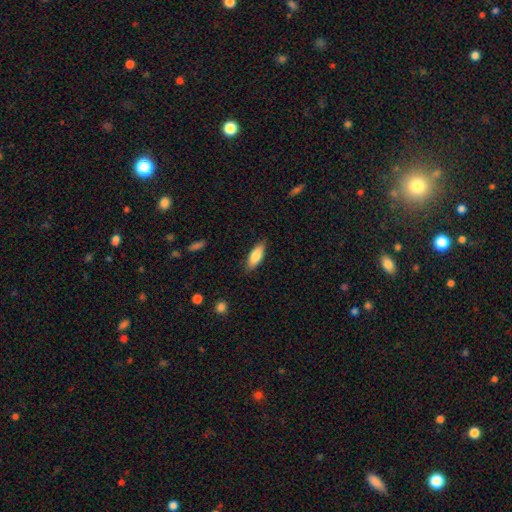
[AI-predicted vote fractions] Q: Smooth or featured?
A: smooth (83%); runner-up: featured or disk (11%)
Q: How rounded?
A: in between (71%); runner-up: cigar-shaped (27%)
Q: Merging?
A: none (84%); runner-up: minor disturbance (13%)